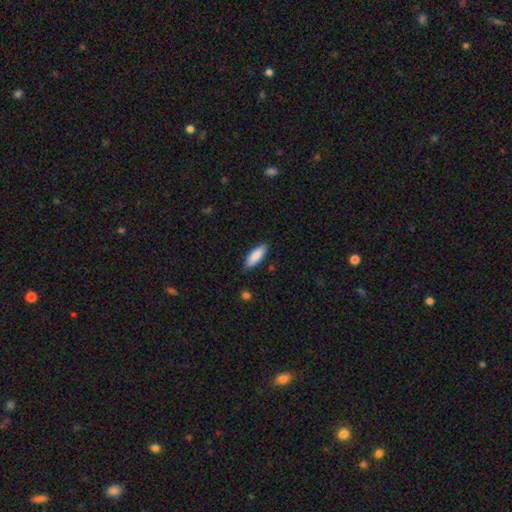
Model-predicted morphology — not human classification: This is clearly a smooth galaxy (86%). How rounded: possibly in between (60%). Merging: clearly none (85%).